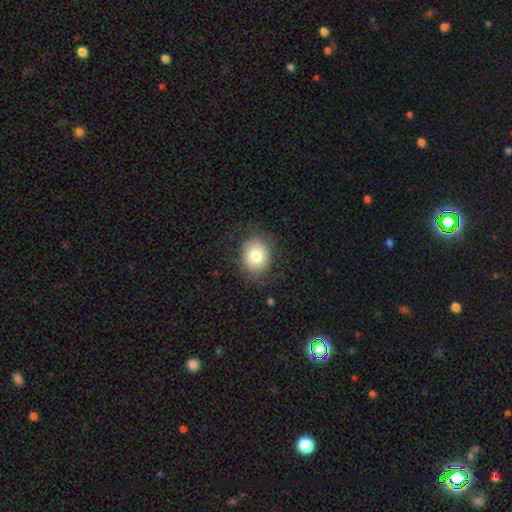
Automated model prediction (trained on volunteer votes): smooth 78%, featured or disk 13%, star or artifact 9%. Down the decision tree: how rounded — round (63%); merging — none (80%).